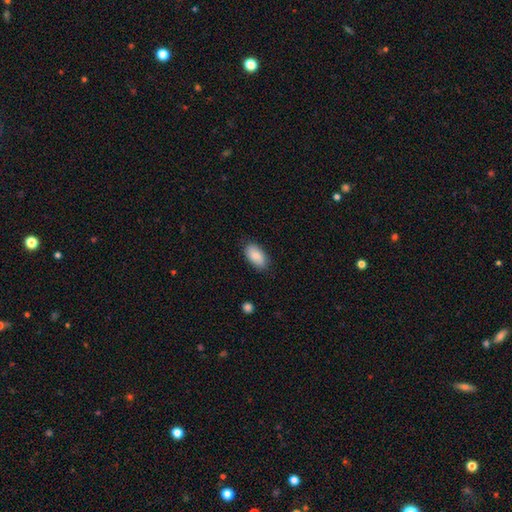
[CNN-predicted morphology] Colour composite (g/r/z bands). It shows a smooth galaxy with no disk features (87%) that is in between round and cigar-shaped (94%). Merging: none (84%).